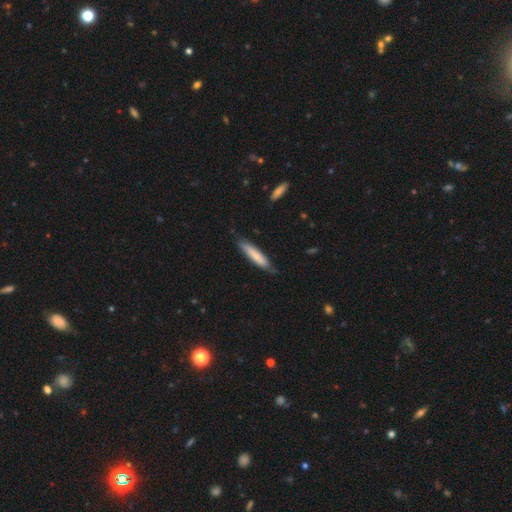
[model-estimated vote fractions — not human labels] smooth 72%, featured or disk 23%, star or artifact 5%. Down the decision tree: how rounded — cigar-shaped (84%); merging — none (74%).